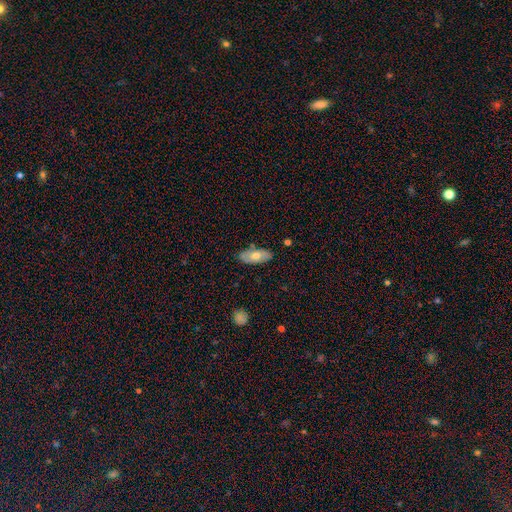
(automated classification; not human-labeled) A smooth galaxy with no disk features (61%) that is in between round and cigar-shaped (89%).

Vote fractions:
- Smooth or featured? smooth: 61% / featured or disk: 33% / star or artifact: 6%
- How rounded? in between: 89% / cigar-shaped: 8% / round: 3%
- Merging? none: 82% / minor disturbance: 13% / major disturbance: 2% / merger: 2%